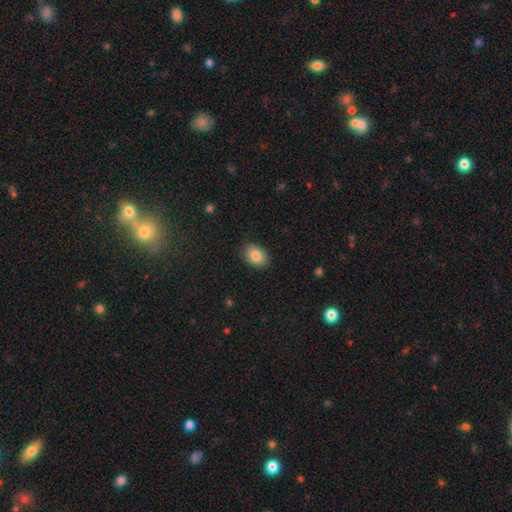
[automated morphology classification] Q: Smooth or featured?
A: smooth (85%); runner-up: star or artifact (8%)
Q: How rounded?
A: in between (80%); runner-up: round (19%)
Q: Merging?
A: none (88%); runner-up: minor disturbance (9%)